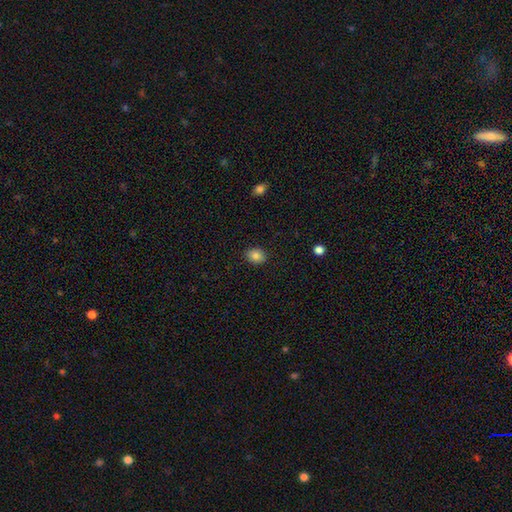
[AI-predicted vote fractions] This is clearly a smooth galaxy (84%). How rounded: possibly round (51%). Merging: clearly none (89%).